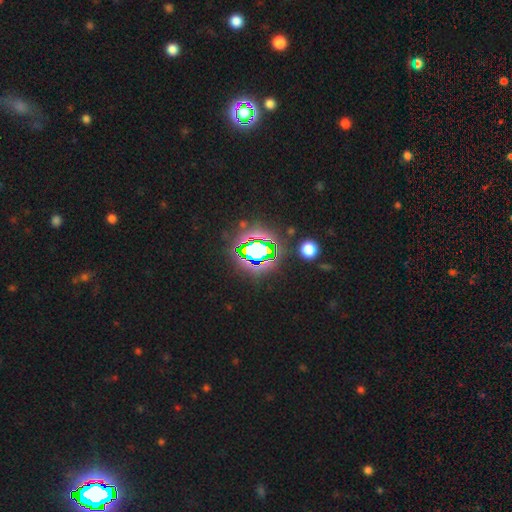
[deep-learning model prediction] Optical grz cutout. It shows a star or artifact, not a galaxy (84%).